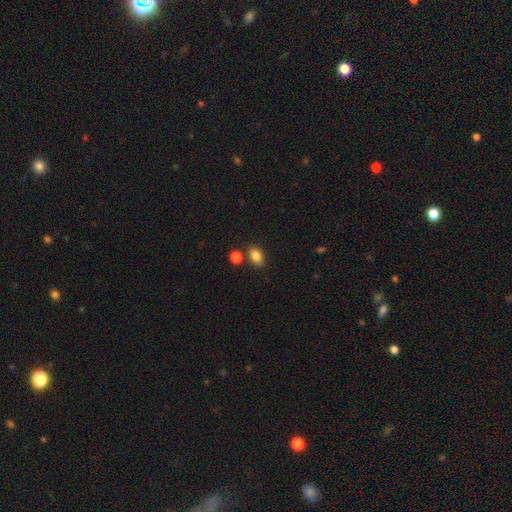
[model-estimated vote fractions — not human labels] The model was most divided on "merging": none: 76%, minor disturbance: 11%, merger: 10%, major disturbance: 3%. More confident: smooth or featured — smooth (85%); how rounded — in between (82%).